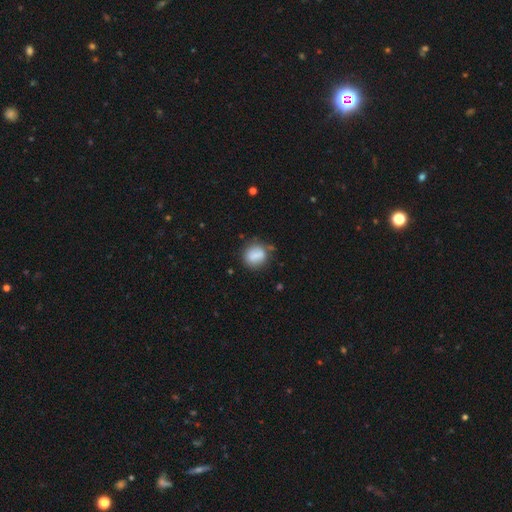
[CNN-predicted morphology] Smooth or featured: smooth — 80% (featured or disk — 11%)
How rounded: round — 66% (in between — 33%)
Merging: none — 66% (minor disturbance — 21%)